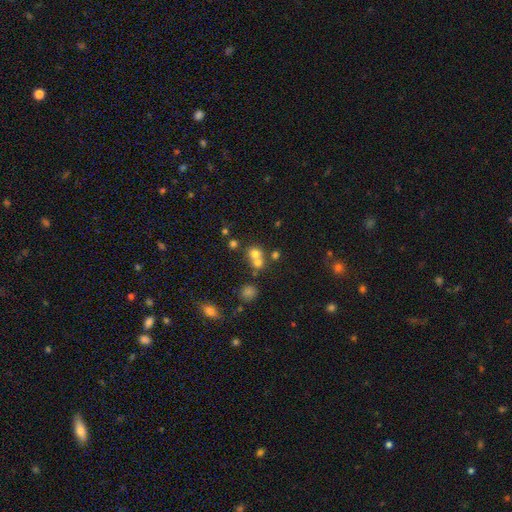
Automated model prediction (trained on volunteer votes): This is likely a smooth galaxy (68%). How rounded: clearly round (81%). Merging: possibly merger (51%).